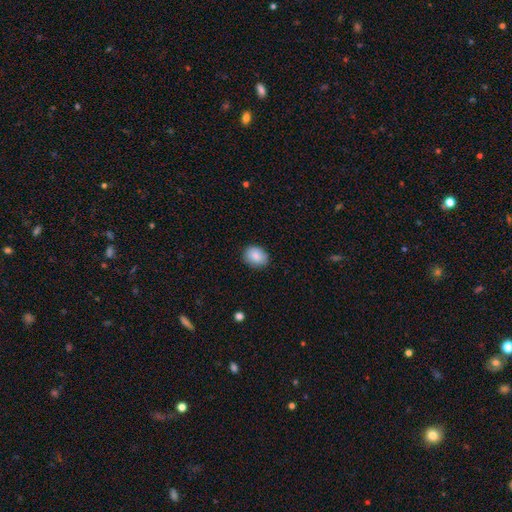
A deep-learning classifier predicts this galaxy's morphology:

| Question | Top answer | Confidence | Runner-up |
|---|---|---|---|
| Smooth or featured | smooth | 87% | star or artifact (7%) |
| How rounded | in between | 51% | round (48%) |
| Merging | none | 82% | minor disturbance (14%) |